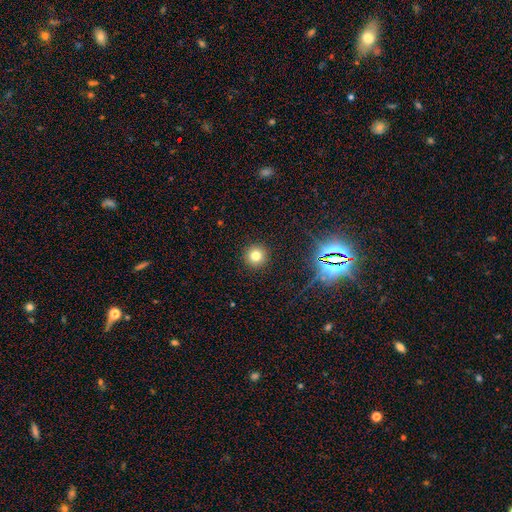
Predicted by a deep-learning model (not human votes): A smooth galaxy with no disk features (76%) that is round (95%).

Vote fractions:
- Smooth or featured? smooth: 76% / star or artifact: 17% / featured or disk: 7%
- How rounded? round: 95% / in between: 4% / cigar-shaped: 1%
- Merging? none: 92% / minor disturbance: 5% / major disturbance: 2% / merger: 1%